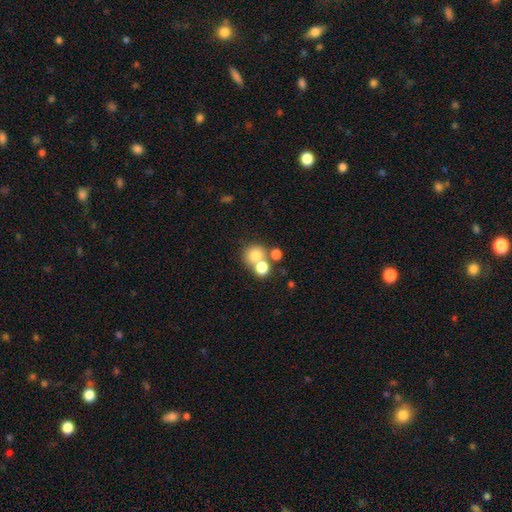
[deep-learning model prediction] smooth_or_featured: smooth (p=0.74) [alt: star or artifact p=0.14]
how_rounded: round (p=0.82) [alt: in between p=0.17]
merging: none (p=0.46) [alt: merger p=0.42]